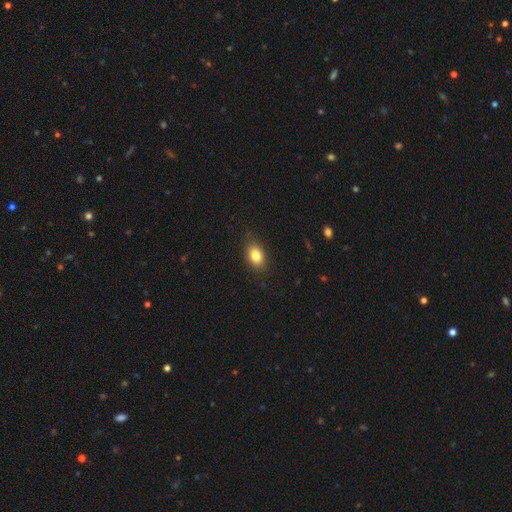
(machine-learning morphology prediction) This appears to be a smooth galaxy with no disk features (82%) that is in between round and cigar-shaped (81%). Merging: none (84%).